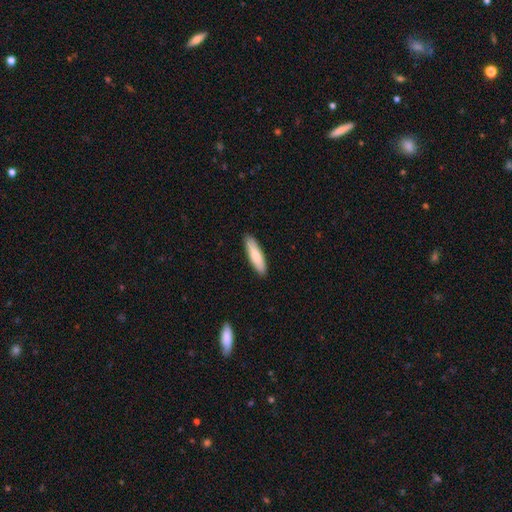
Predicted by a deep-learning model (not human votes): Smooth or featured?
  - smooth: 79% *
  - featured or disk: 16%
  - star or artifact: 5%
How rounded?
  - cigar-shaped: 70% *
  - in between: 29%
  - round: 1%
Merging?
  - none: 91% *
  - minor disturbance: 7%
  - major disturbance: 1%
  - merger: 1%